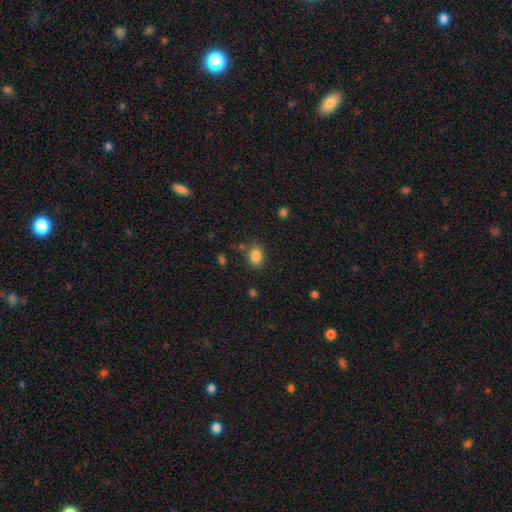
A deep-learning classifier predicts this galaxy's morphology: The model was most divided on "how rounded": in between: 60%, round: 39%, cigar-shaped: 1%. More confident: smooth or featured — smooth (84%); merging — none (75%).